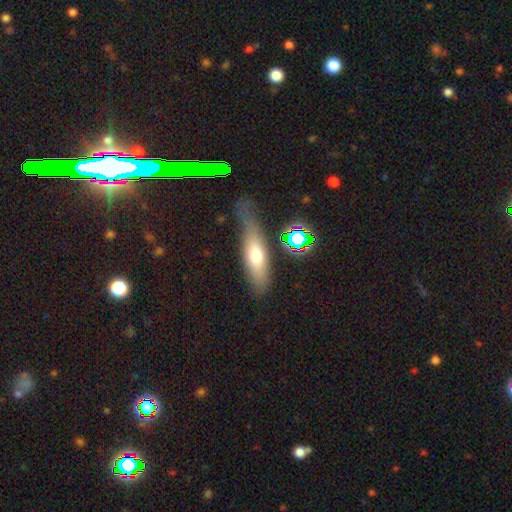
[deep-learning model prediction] smooth_or_featured: smooth (p=0.60) [alt: featured or disk p=0.30]
how_rounded: in between (p=0.55) [alt: cigar-shaped p=0.41]
merging: none (p=0.54) [alt: minor disturbance p=0.25]